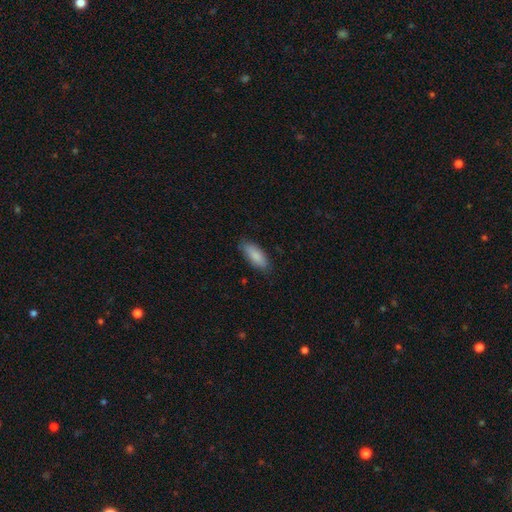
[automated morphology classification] A smooth galaxy with no disk features (86%) that is in between round and cigar-shaped (78%). Merging: none (81%).